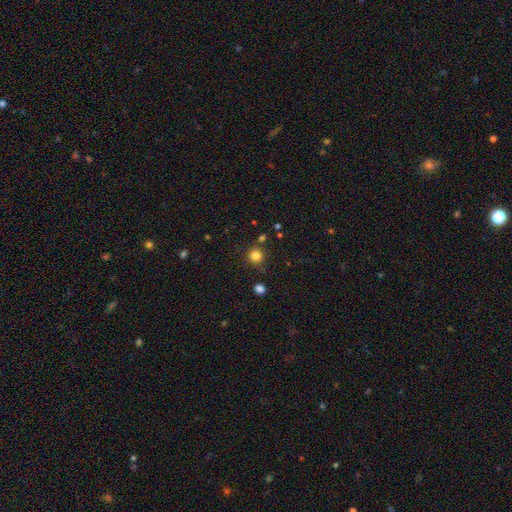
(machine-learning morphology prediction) A smooth galaxy with no disk features (82%) that is round (93%).

Vote fractions:
- Smooth or featured? smooth: 82% / star or artifact: 13% / featured or disk: 5%
- How rounded? round: 93% / in between: 6% / cigar-shaped: 1%
- Merging? none: 84% / minor disturbance: 9% / merger: 4% / major disturbance: 3%